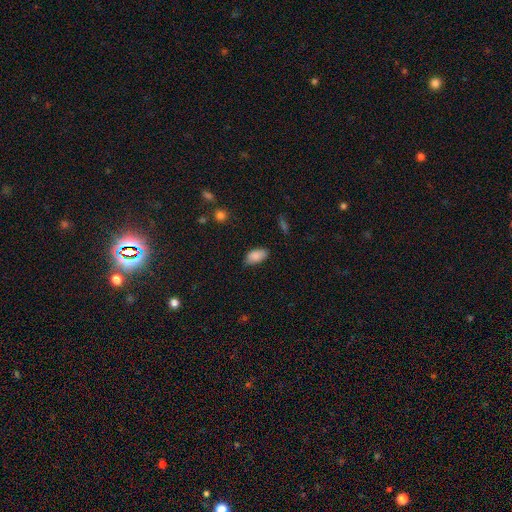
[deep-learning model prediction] Q: Smooth or featured?
A: smooth (88%); runner-up: star or artifact (7%)
Q: How rounded?
A: in between (94%); runner-up: cigar-shaped (3%)
Q: Merging?
A: none (79%); runner-up: minor disturbance (17%)